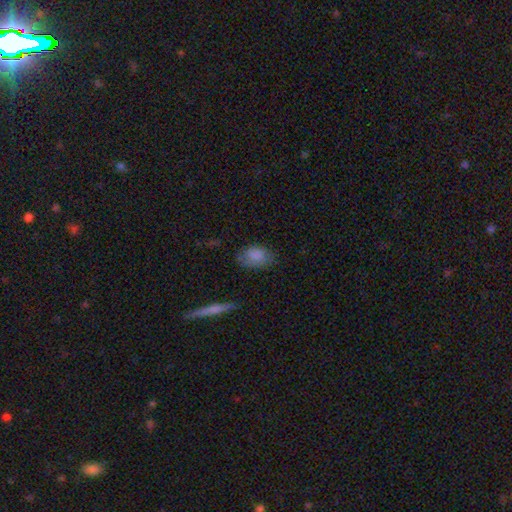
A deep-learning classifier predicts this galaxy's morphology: A smooth galaxy with no disk features (79%) that is in between round and cigar-shaped (82%).

Vote fractions:
- Smooth or featured? smooth: 79% / featured or disk: 12% / star or artifact: 9%
- How rounded? in between: 82% / round: 17% / cigar-shaped: 2%
- Merging? none: 67% / minor disturbance: 24% / major disturbance: 7% / merger: 2%